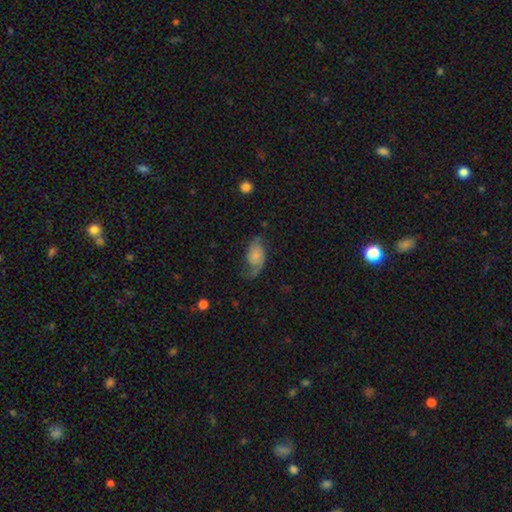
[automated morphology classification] The model was most divided on "spiral winding": loose: 49%, medium: 37%, tight: 15%. More confident: edge-on disk — no (96%); spiral arms — yes (92%); spiral arm count — 2 (71%); bar — no (69%); smooth or featured — featured or disk (67%); bulge size — small (51%); merging — none (50%).